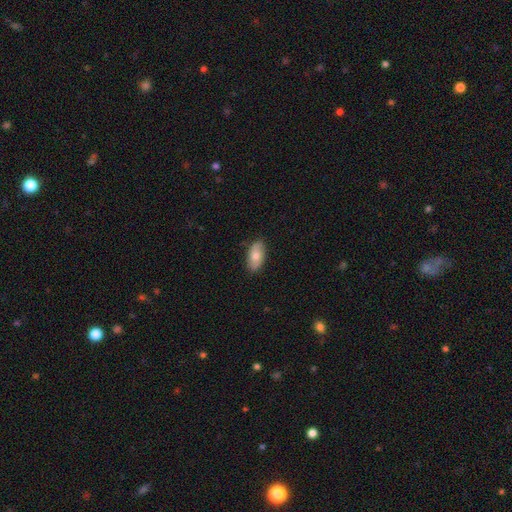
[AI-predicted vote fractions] A smooth galaxy with no disk features (71%) that is in between round and cigar-shaped (93%).

Vote fractions:
- Smooth or featured? smooth: 71% / featured or disk: 22% / star or artifact: 6%
- How rounded? in between: 93% / cigar-shaped: 4% / round: 3%
- Merging? none: 85% / minor disturbance: 12% / major disturbance: 2% / merger: 1%